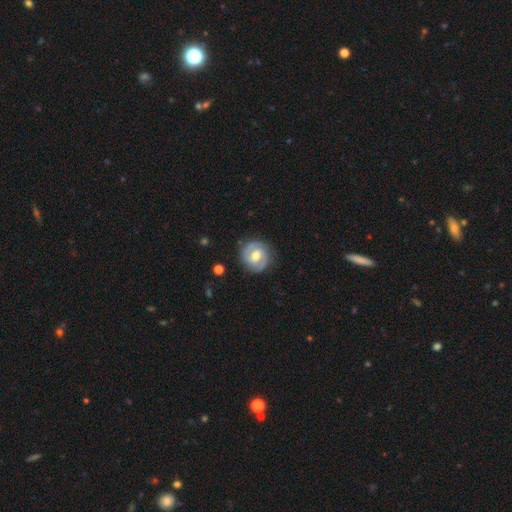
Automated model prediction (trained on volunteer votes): Morphology: type=featured or disk (74%); edge-on=no (97%); bar=weak (50%); spiral arms=yes (89%); winding=medium (44%); arm count=2 (86%); bulge=moderate (75%); merging=none (83%).